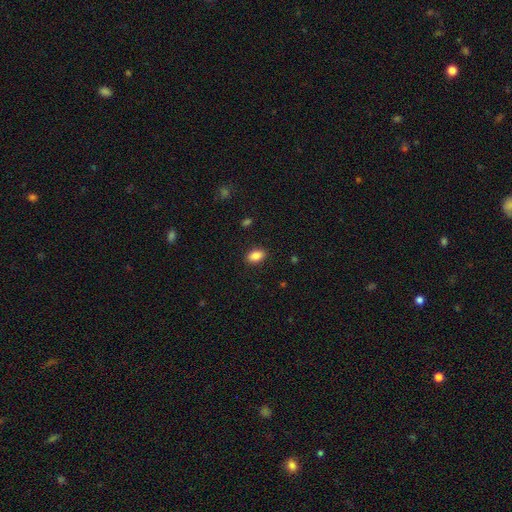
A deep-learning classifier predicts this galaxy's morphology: Smooth or featured? smooth (86%)
How rounded? in between (88%)
Merging? none (89%)